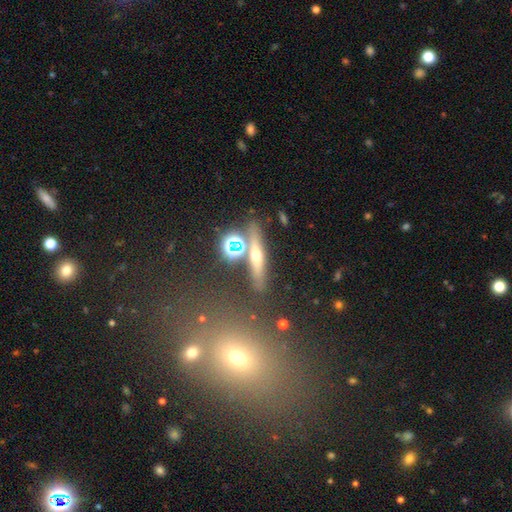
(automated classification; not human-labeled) smooth_or_featured: featured or disk (p=0.43) [alt: smooth p=0.36]
merging: none (p=0.76) [alt: merger p=0.10]